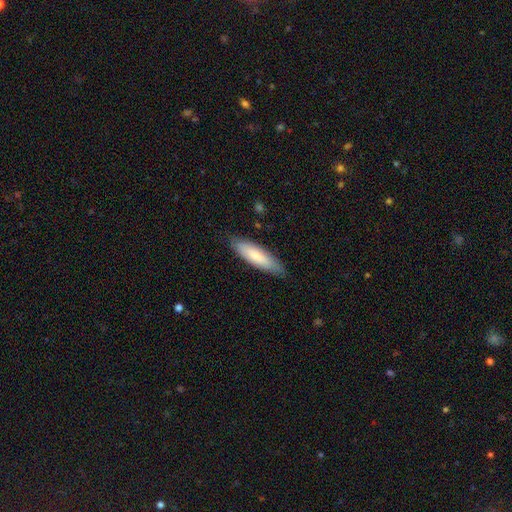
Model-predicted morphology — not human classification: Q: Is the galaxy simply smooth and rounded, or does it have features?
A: smooth — 73%.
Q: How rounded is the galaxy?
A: cigar-shaped — 60%.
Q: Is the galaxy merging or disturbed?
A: none — 83%.